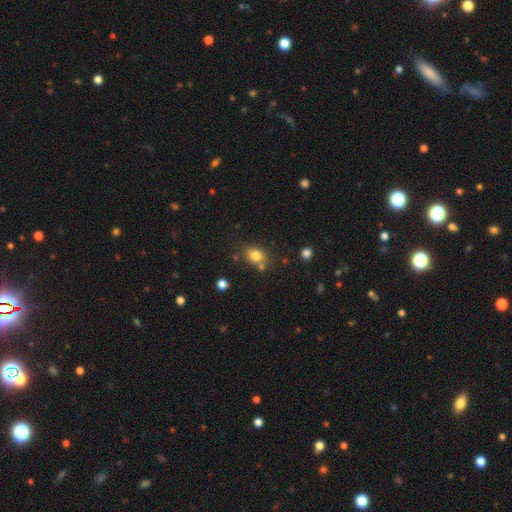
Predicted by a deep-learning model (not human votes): Smooth or featured?
  - smooth: 80% *
  - star or artifact: 12%
  - featured or disk: 9%
How rounded?
  - in between: 54% *
  - round: 45%
  - cigar-shaped: 1%
Merging?
  - none: 67% *
  - minor disturbance: 15%
  - merger: 14%
  - major disturbance: 5%